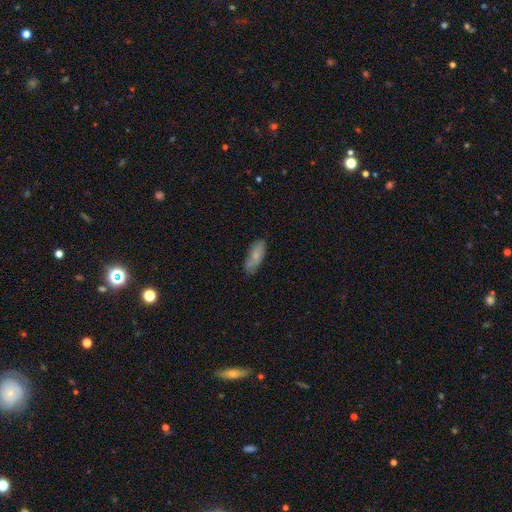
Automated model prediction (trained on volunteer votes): Smooth or featured?
  - smooth: 77% *
  - featured or disk: 17%
  - star or artifact: 6%
How rounded?
  - in between: 76% *
  - cigar-shaped: 22%
  - round: 2%
Merging?
  - none: 73% *
  - minor disturbance: 21%
  - major disturbance: 4%
  - merger: 2%